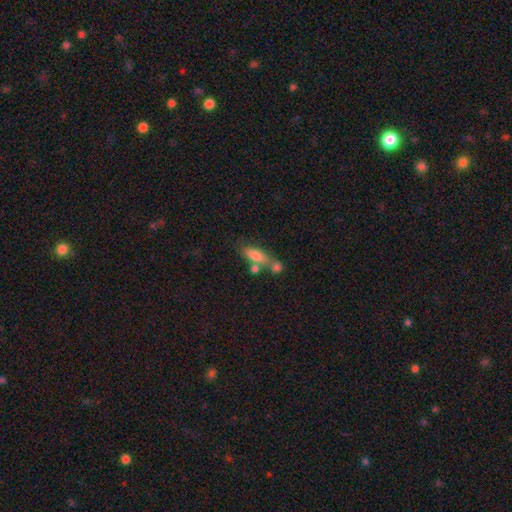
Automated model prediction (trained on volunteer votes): Q: Smooth or featured?
A: smooth (75%); runner-up: featured or disk (17%)
Q: How rounded?
A: in between (58%); runner-up: cigar-shaped (38%)
Q: Merging?
A: none (45%); runner-up: merger (34%)